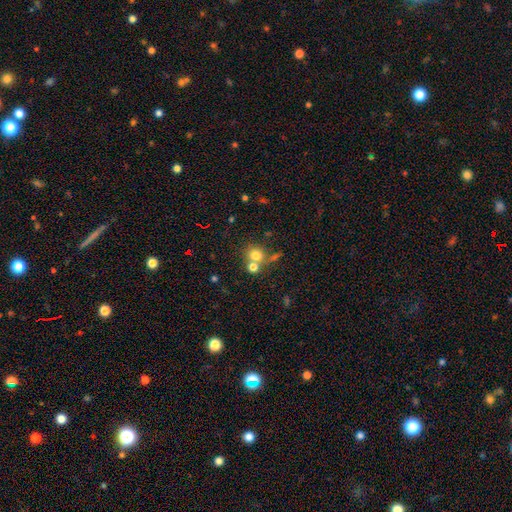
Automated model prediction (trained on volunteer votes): Q: Smooth or featured?
A: smooth (74%); runner-up: star or artifact (14%)
Q: How rounded?
A: round (83%); runner-up: in between (16%)
Q: Merging?
A: none (52%); runner-up: merger (34%)